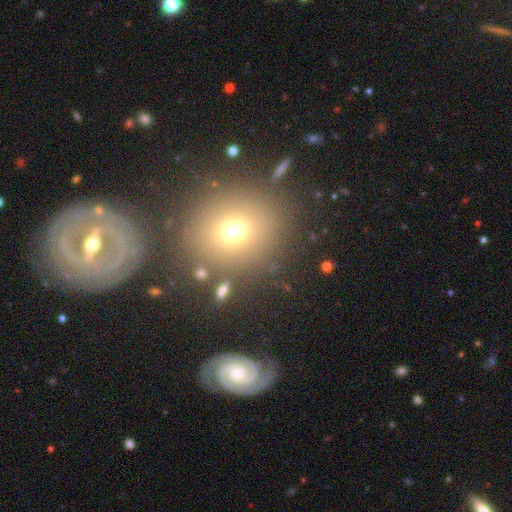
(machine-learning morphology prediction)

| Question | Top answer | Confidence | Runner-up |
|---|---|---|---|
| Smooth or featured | smooth | 49% | featured or disk (33%) |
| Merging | none | 75% | minor disturbance (12%) |